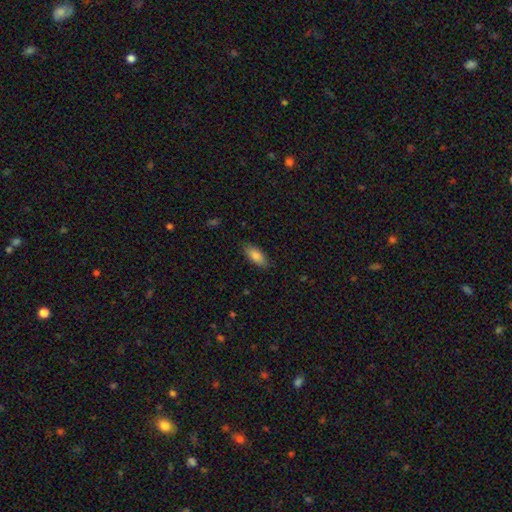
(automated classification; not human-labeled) smooth-or-featured: smooth: 82% | featured or disk: 11% | star or artifact: 7%
  how-rounded: in between: 80% | cigar-shaped: 18% | round: 2%
  merging: none: 85% | minor disturbance: 11% | major disturbance: 2% | merger: 1%